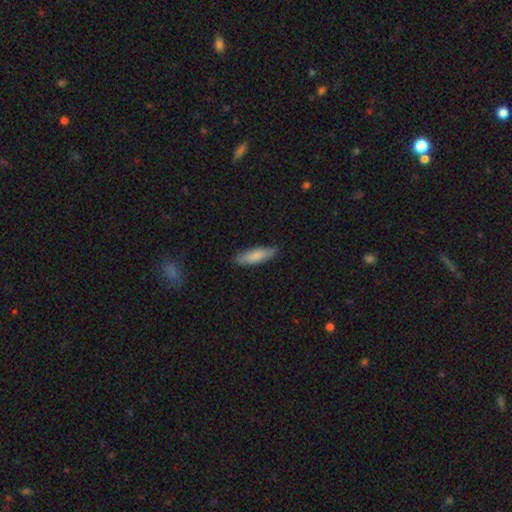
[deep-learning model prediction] A smooth galaxy with no disk features (80%) that is cigar-shaped (55%).

Vote fractions:
- Smooth or featured? smooth: 80% / featured or disk: 14% / star or artifact: 6%
- How rounded? cigar-shaped: 55% / in between: 43% / round: 2%
- Merging? none: 80% / minor disturbance: 17% / major disturbance: 3% / merger: 1%